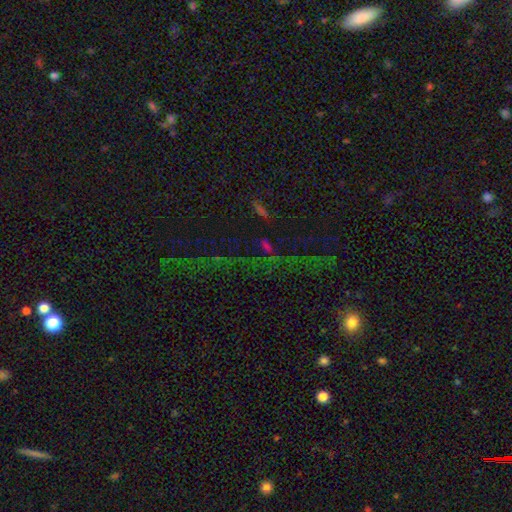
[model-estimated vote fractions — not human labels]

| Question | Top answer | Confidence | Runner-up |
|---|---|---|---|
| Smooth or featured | star or artifact | 69% | smooth (16%) |